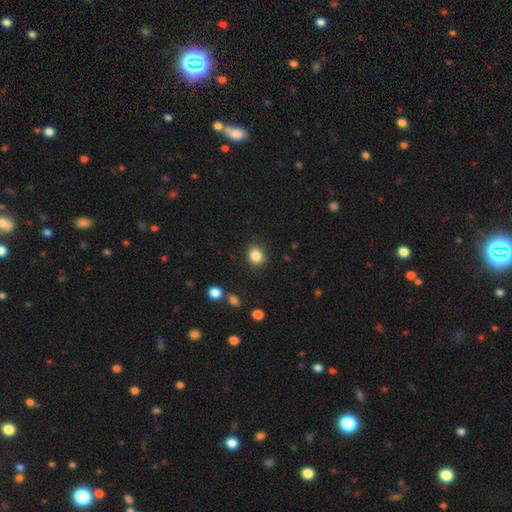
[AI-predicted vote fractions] Smooth or featured: smooth — 85% (star or artifact — 10%)
How rounded: round — 69% (in between — 30%)
Merging: none — 87% (minor disturbance — 9%)